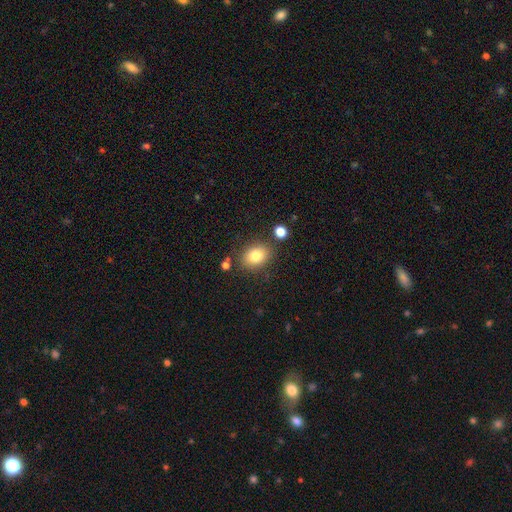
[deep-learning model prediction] The model was most divided on "how rounded": in between: 64%, round: 35%, cigar-shaped: 1%. More confident: smooth or featured — smooth (81%); merging — none (80%).